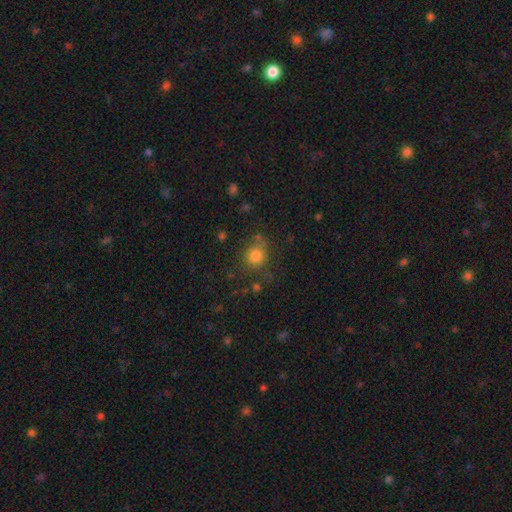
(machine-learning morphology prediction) This is likely a smooth galaxy (80%). How rounded: clearly round (84%). Merging: likely none (69%).